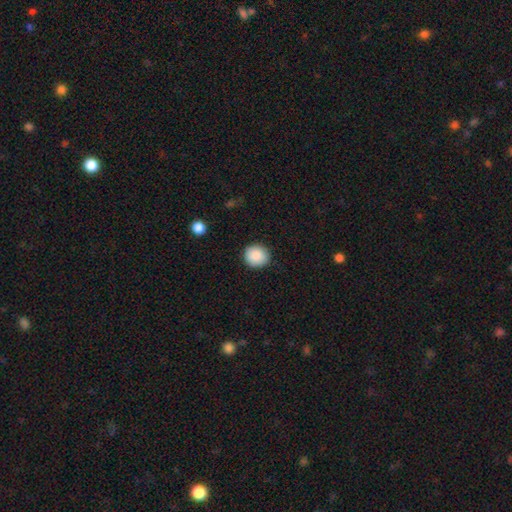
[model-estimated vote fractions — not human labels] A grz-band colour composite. It shows a smooth galaxy with no disk features (89%) that is round (89%). Merging: none (90%).